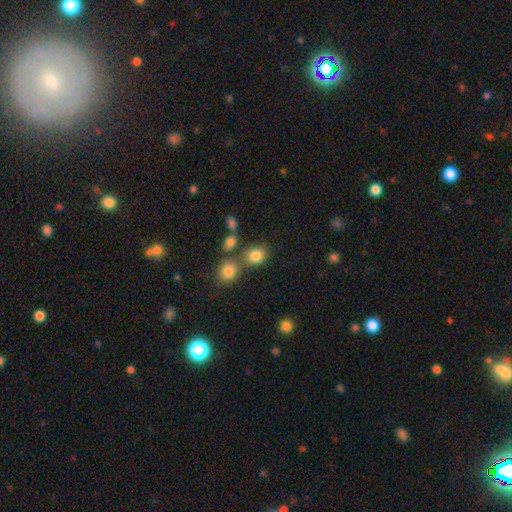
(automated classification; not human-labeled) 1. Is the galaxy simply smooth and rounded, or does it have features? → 82% smooth, 11% star or artifact, 7% featured or disk.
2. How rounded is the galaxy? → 59% round, 40% in between, 1% cigar-shaped.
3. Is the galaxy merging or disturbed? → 59% none, 24% merger, 12% minor disturbance, 5% major disturbance.